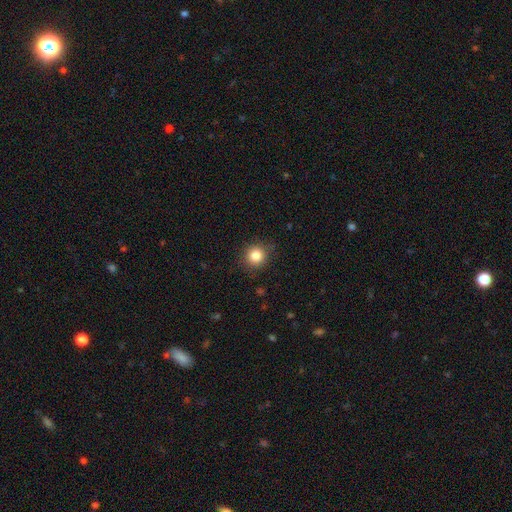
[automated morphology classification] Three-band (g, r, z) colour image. It shows a smooth galaxy with no disk features (84%) that is round (92%). Merging: none (87%).